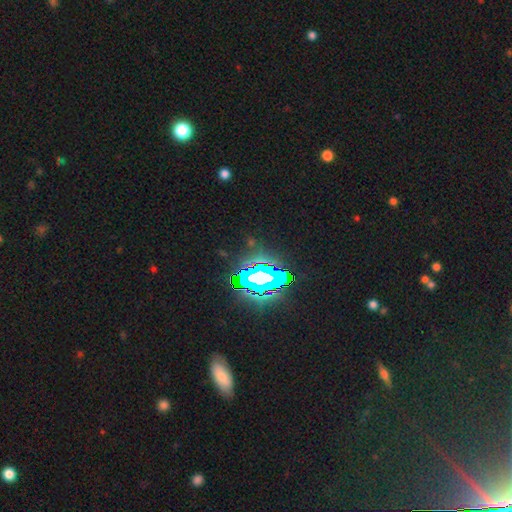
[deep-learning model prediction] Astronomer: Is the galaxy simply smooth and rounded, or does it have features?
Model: star or artifact — 81%.